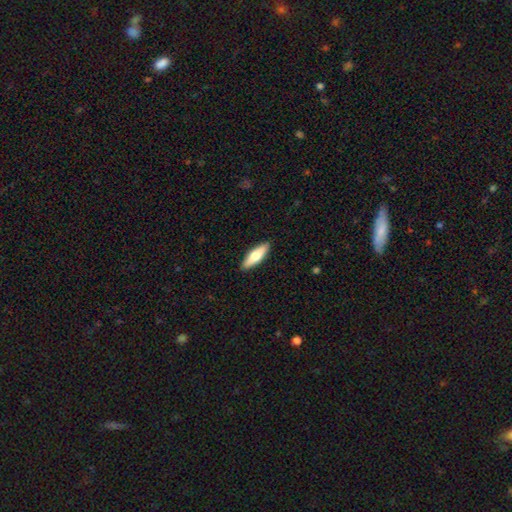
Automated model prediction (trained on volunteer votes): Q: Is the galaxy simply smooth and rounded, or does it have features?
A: smooth — 65%.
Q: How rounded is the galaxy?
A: cigar-shaped — 50%.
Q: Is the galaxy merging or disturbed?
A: none — 90%.